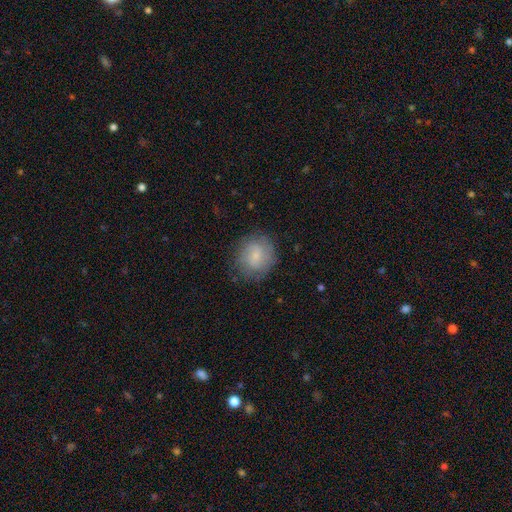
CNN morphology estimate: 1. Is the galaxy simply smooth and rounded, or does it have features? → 72% smooth, 20% featured or disk, 8% star or artifact.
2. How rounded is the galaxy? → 80% round, 19% in between, 1% cigar-shaped.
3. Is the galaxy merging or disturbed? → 78% none, 15% minor disturbance, 5% major disturbance, 1% merger.